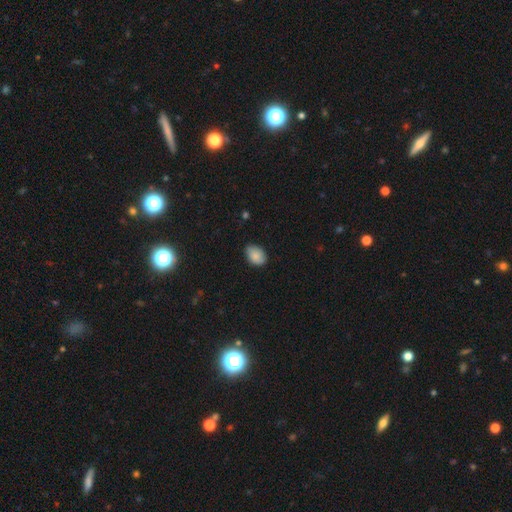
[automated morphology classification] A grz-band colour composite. It shows a smooth galaxy with no disk features (85%) that is in between round and cigar-shaped (79%). Merging: none (73%).